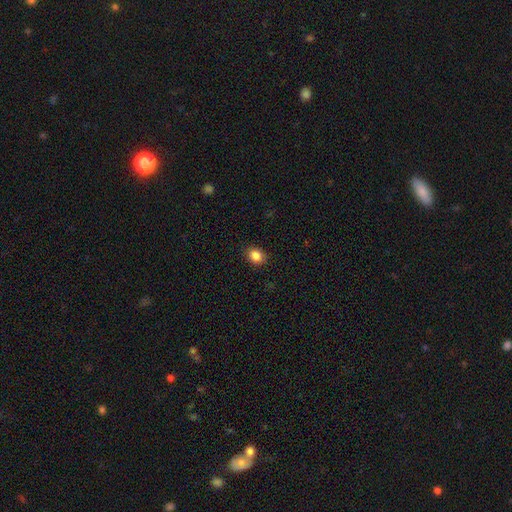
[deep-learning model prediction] A smooth galaxy with no disk features (86%) that is in between round and cigar-shaped (52%). Merging: none (88%).